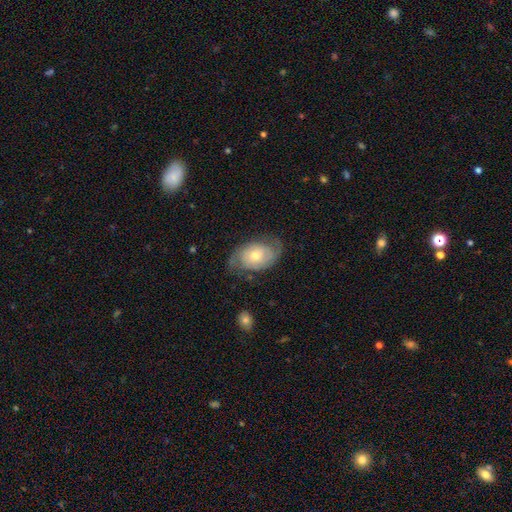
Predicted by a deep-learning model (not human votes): featured or disk 70%, smooth 24%, star or artifact 6%. Down the decision tree: edge-on disk — no (95%); bar — no (76%); spiral arms — yes (87%); spiral arm count — 2 (78%); spiral winding — tight (43%); bulge size — moderate (55%); merging — none (67%).